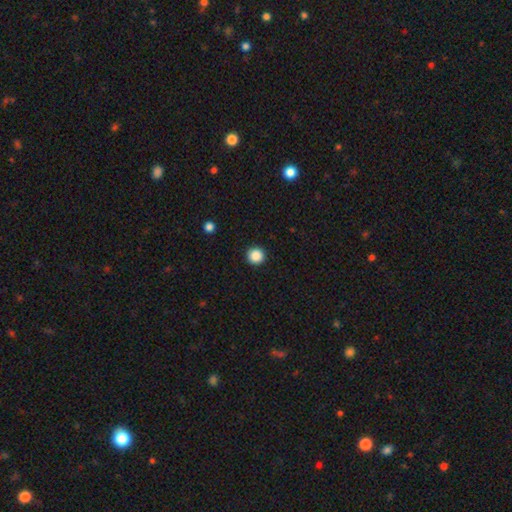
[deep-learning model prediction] A smooth galaxy with no disk features (87%) that is round (96%). Merging: none (93%).